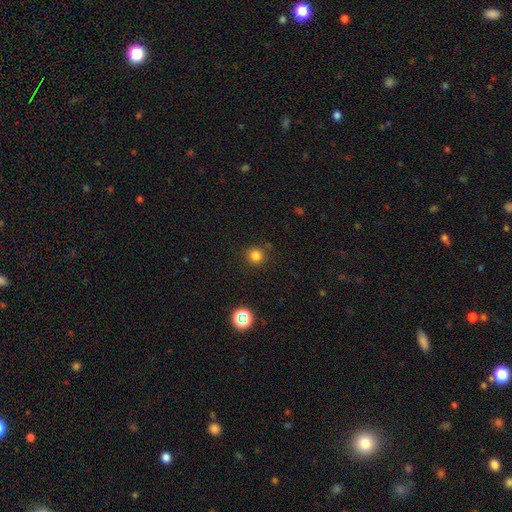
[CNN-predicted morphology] smooth-or-featured: smooth: 80% | star or artifact: 15% | featured or disk: 5%
  how-rounded: round: 93% | in between: 6% | cigar-shaped: 1%
  merging: none: 85% | minor disturbance: 9% | major disturbance: 3% | merger: 3%